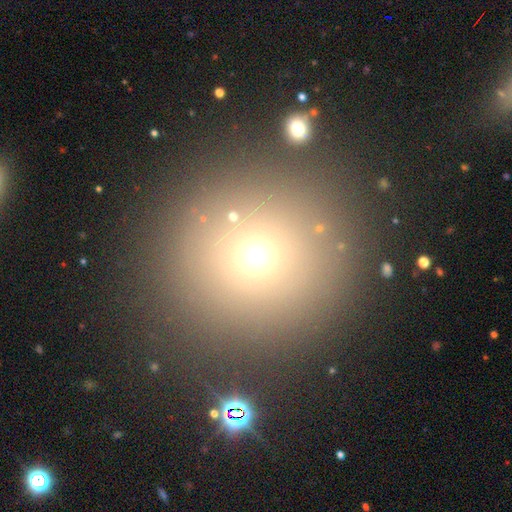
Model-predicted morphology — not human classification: This is likely a smooth galaxy (67%). How rounded: clearly round (90%). Merging: clearly none (83%).